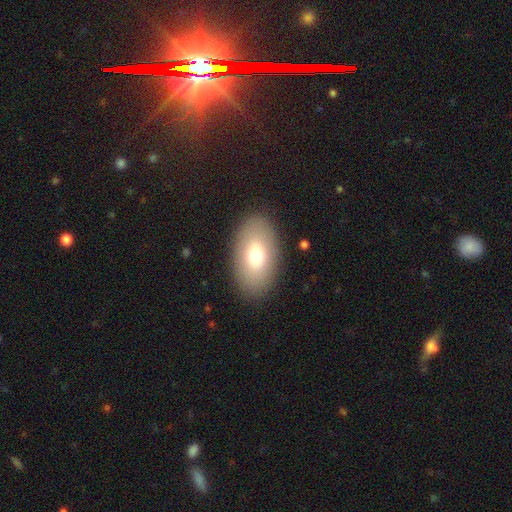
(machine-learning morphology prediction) This is likely a smooth galaxy (73%). How rounded: clearly in between (92%). Merging: clearly none (87%).